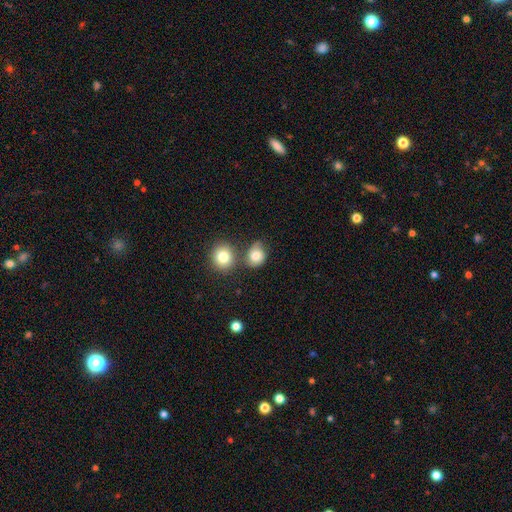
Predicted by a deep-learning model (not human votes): Smooth or featured?
  - smooth: 69% *
  - featured or disk: 21%
  - star or artifact: 10%
How rounded?
  - round: 65% *
  - in between: 34%
  - cigar-shaped: 1%
Merging?
  - none: 50% *
  - minor disturbance: 23%
  - merger: 18%
  - major disturbance: 10%